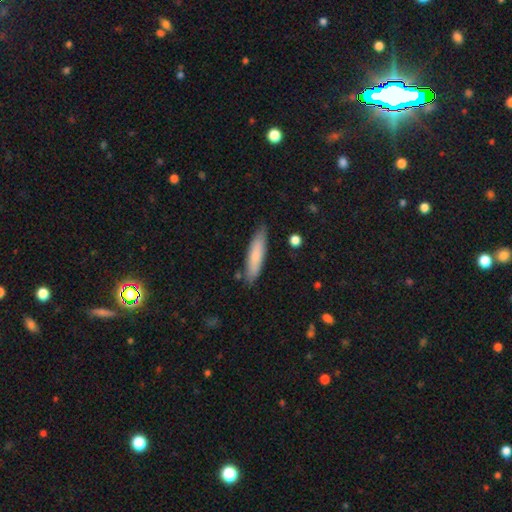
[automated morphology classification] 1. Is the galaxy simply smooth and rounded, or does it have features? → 74% smooth, 20% featured or disk, 6% star or artifact.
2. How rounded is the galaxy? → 75% cigar-shaped, 23% in between, 1% round.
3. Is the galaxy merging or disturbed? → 82% none, 14% minor disturbance, 2% merger, 2% major disturbance.